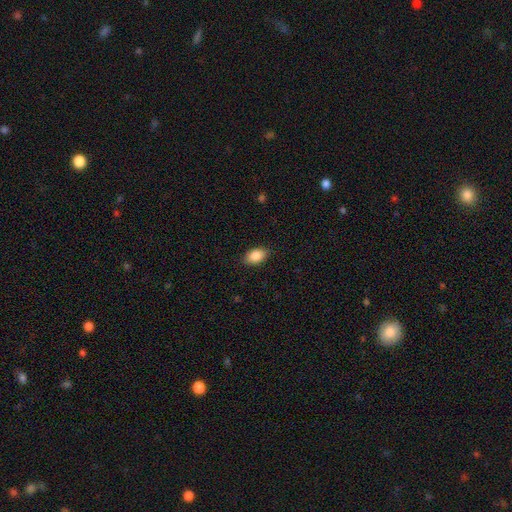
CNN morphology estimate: Smooth or featured? smooth (88%)
How rounded? in between (90%)
Merging? none (87%)